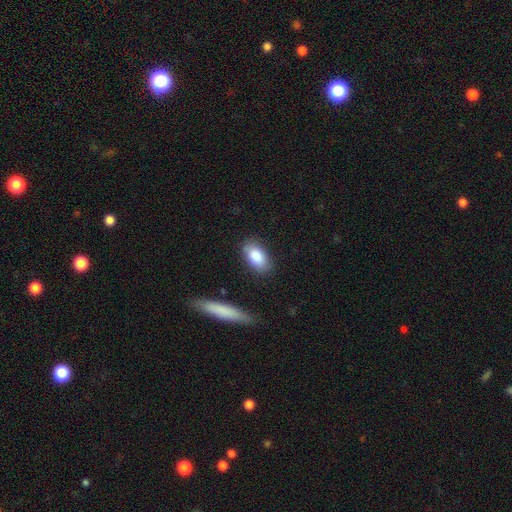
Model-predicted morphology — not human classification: A smooth galaxy with no disk features (83%) that is in between round and cigar-shaped (91%).

Vote fractions:
- Smooth or featured? smooth: 83% / featured or disk: 11% / star or artifact: 7%
- How rounded? in between: 91% / round: 5% / cigar-shaped: 4%
- Merging? none: 82% / minor disturbance: 12% / major disturbance: 3% / merger: 2%